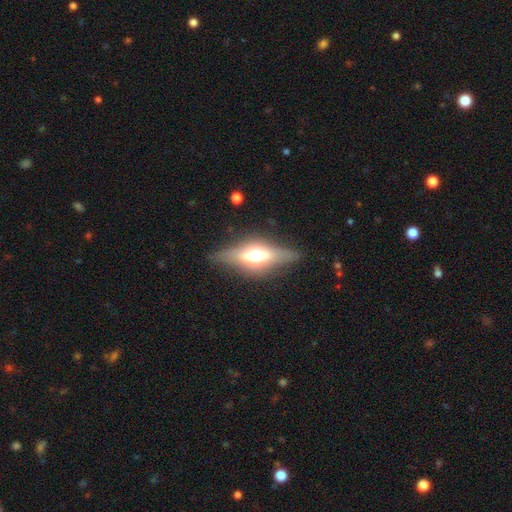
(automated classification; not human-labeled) Smooth or featured: featured or disk — 63% (smooth — 29%)
Edge-on disk: yes — 89% (no — 11%)
Edge-on bulge: rounded — 86% (boxy — 11%)
Merging: none — 78% (minor disturbance — 14%)